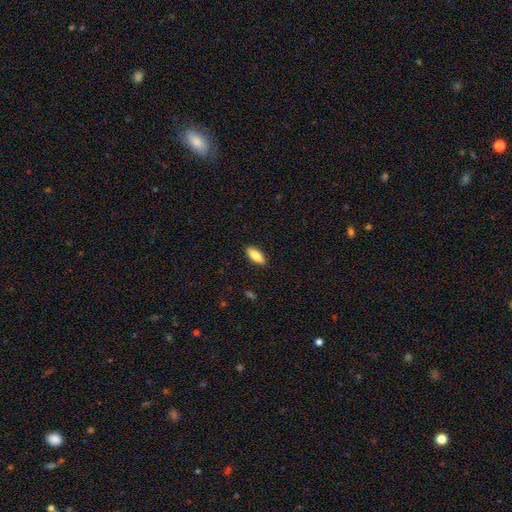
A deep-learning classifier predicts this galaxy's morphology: Q: Smooth or featured?
A: smooth (85%); runner-up: featured or disk (9%)
Q: How rounded?
A: in between (82%); runner-up: cigar-shaped (16%)
Q: Merging?
A: none (89%); runner-up: minor disturbance (8%)